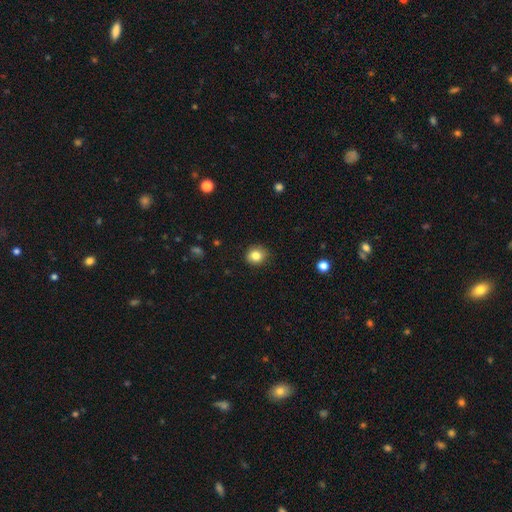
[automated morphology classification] Q: Smooth or featured?
A: smooth (83%); runner-up: star or artifact (10%)
Q: How rounded?
A: round (80%); runner-up: in between (19%)
Q: Merging?
A: none (86%); runner-up: minor disturbance (11%)